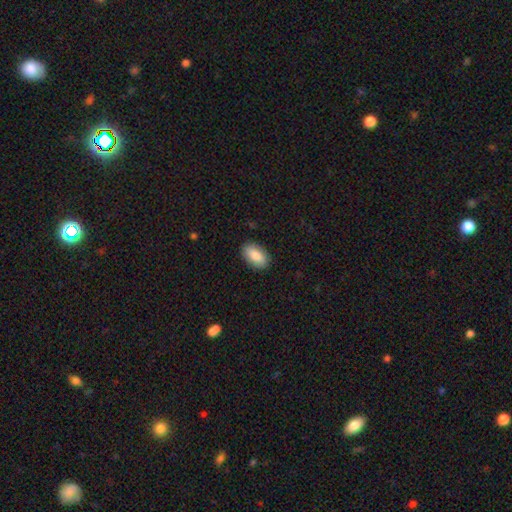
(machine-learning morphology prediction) The model was most divided on "smooth or featured": smooth: 84%, featured or disk: 9%, star or artifact: 6%. More confident: how rounded — in between (93%); merging — none (88%).